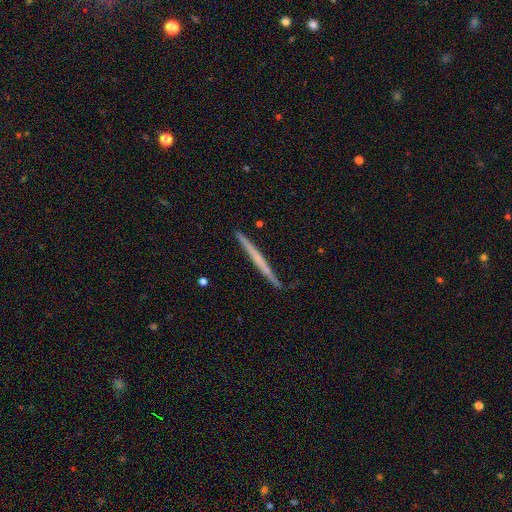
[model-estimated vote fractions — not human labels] A featured or disk galaxy (54%) viewed edge-on (97%) with no central bulge (84%). Merging: none (89%).